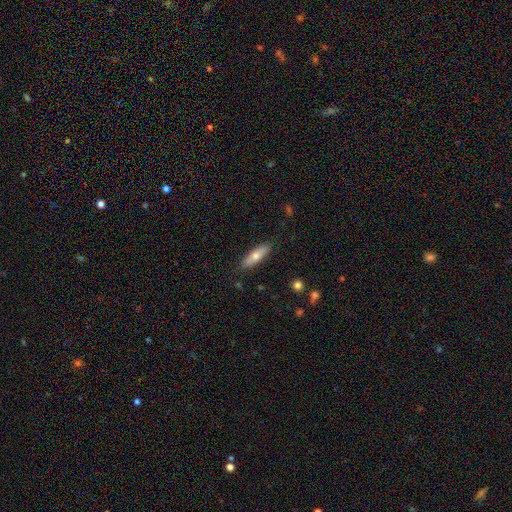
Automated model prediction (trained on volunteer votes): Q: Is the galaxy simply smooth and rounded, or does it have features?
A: smooth — 65%.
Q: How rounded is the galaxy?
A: cigar-shaped — 57%.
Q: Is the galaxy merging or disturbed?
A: none — 86%.